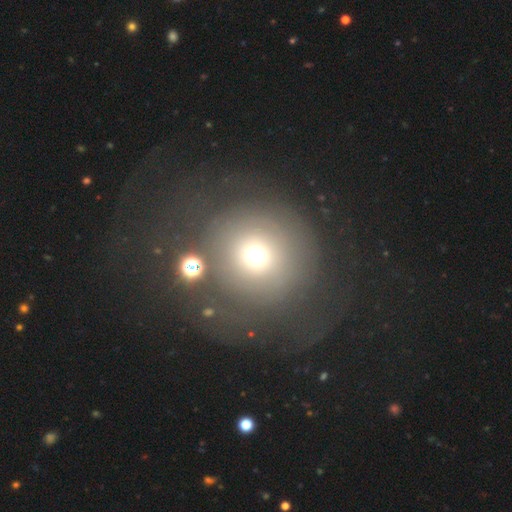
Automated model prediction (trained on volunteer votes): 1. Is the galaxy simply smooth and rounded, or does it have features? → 58% smooth, 27% featured or disk, 16% star or artifact.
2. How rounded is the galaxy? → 93% round, 6% in between, 1% cigar-shaped.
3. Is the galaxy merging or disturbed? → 54% none, 25% major disturbance, 15% minor disturbance, 6% merger.